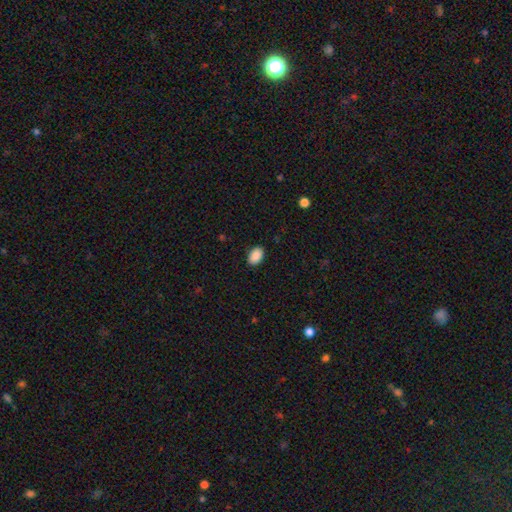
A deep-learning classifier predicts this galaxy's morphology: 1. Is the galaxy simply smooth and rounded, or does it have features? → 90% smooth, 7% star or artifact, 3% featured or disk.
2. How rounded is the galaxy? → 87% in between, 11% round, 1% cigar-shaped.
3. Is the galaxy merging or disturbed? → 89% none, 8% minor disturbance, 2% major disturbance, 1% merger.